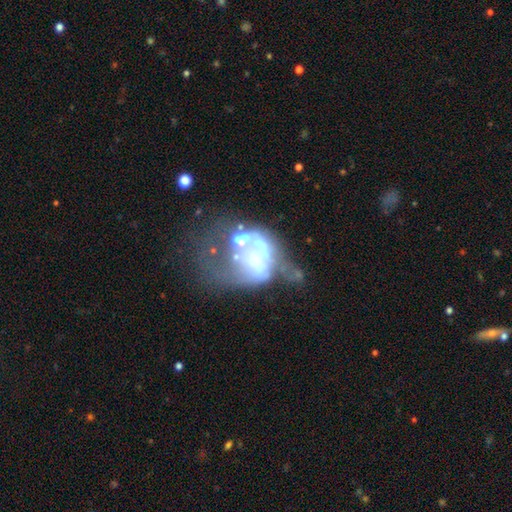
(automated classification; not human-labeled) This is likely a featured or disk galaxy (63%). It is clearly not viewed edge-on (97%). Bar: clearly no (82%). Spiral arm pattern: clearly no (84%). Central bulge: possibly none (46%). Merging: marginally major disturbance (42%).